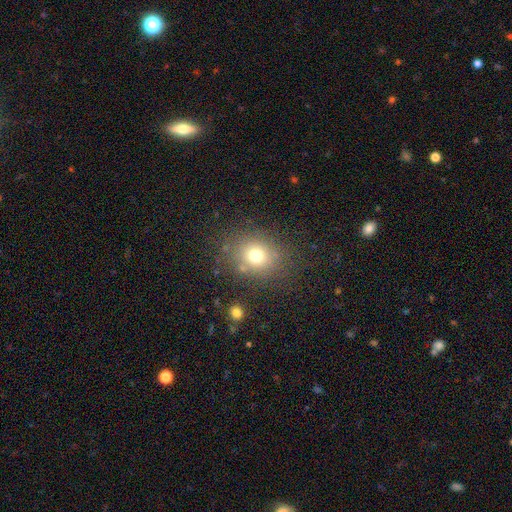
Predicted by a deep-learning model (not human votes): Q: Smooth or featured?
A: smooth (73%); runner-up: star or artifact (16%)
Q: How rounded?
A: round (71%); runner-up: in between (28%)
Q: Merging?
A: none (79%); runner-up: minor disturbance (11%)